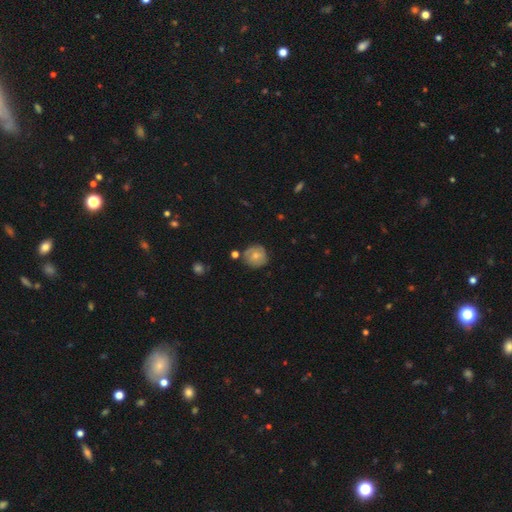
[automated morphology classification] Q: Smooth or featured?
A: smooth (58%); runner-up: featured or disk (34%)
Q: How rounded?
A: round (89%); runner-up: in between (10%)
Q: Merging?
A: none (75%); runner-up: minor disturbance (16%)